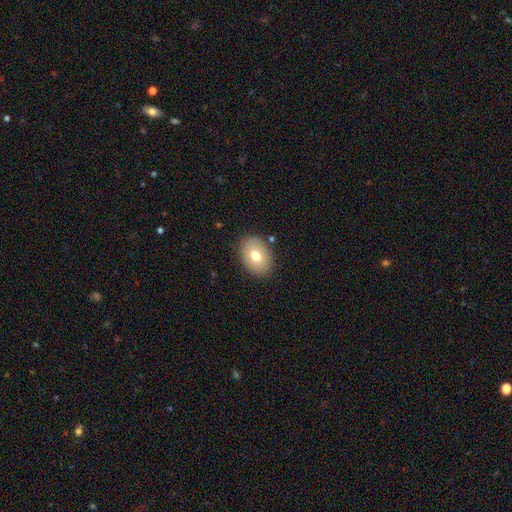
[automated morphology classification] Smooth or featured: smooth — 72% (featured or disk — 19%)
How rounded: in between — 70% (round — 29%)
Merging: none — 85% (minor disturbance — 11%)